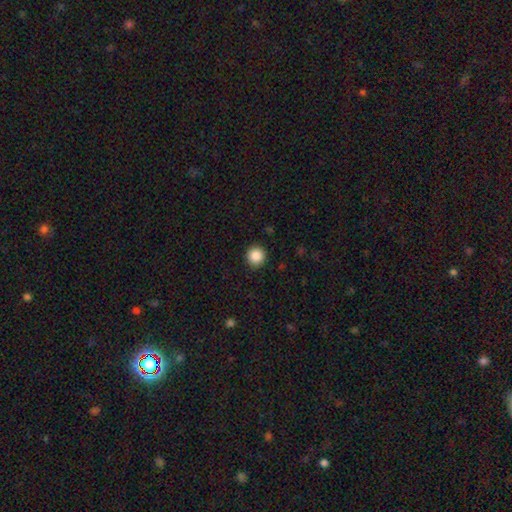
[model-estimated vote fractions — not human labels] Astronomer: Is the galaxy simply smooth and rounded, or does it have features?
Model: smooth — 88%.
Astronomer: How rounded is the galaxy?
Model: round — 94%.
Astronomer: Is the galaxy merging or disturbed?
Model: none — 92%.